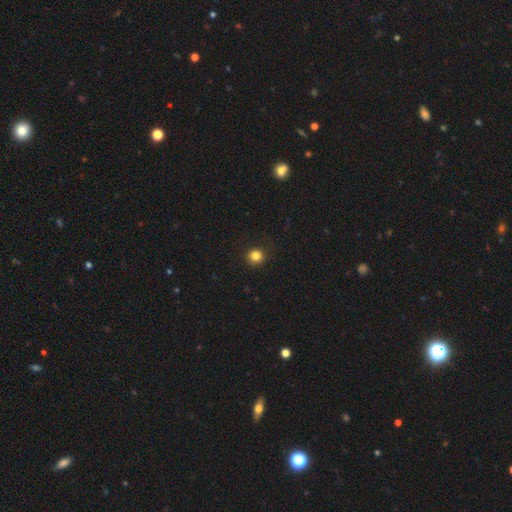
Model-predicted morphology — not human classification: A smooth galaxy with no disk features (82%) that is round (94%). Merging: none (91%).